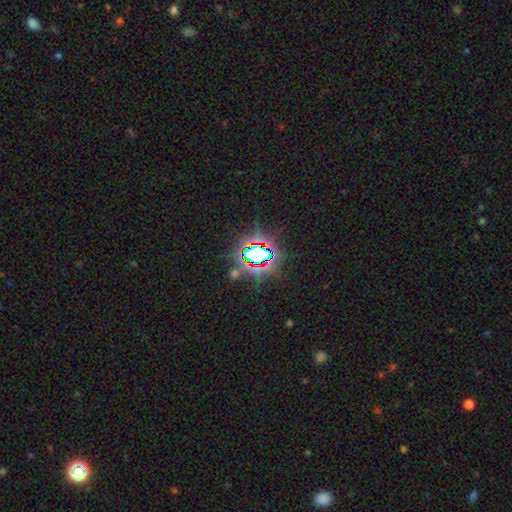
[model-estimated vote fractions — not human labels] smooth_or_featured: star or artifact (p=0.79) [alt: smooth p=0.12]